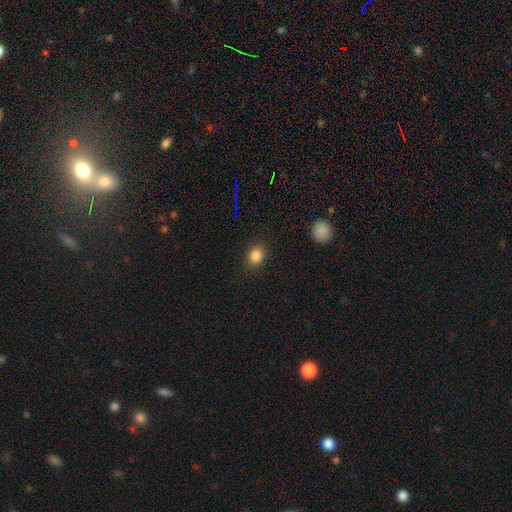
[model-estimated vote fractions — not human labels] Q: Smooth or featured?
A: smooth (84%); runner-up: star or artifact (12%)
Q: How rounded?
A: round (62%); runner-up: in between (37%)
Q: Merging?
A: none (86%); runner-up: minor disturbance (9%)